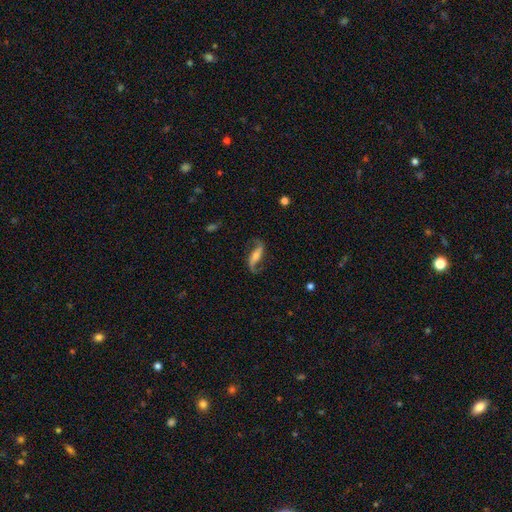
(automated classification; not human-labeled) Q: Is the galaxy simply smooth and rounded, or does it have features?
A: featured or disk — 82%.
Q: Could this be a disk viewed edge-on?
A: no — 91%.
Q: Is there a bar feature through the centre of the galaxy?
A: strong — 43%.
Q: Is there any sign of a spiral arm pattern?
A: yes — 95%.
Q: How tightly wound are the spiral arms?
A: loose — 72%.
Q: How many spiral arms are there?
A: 2 — 91%.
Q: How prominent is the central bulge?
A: small — 44%.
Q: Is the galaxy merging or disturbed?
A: none — 75%.